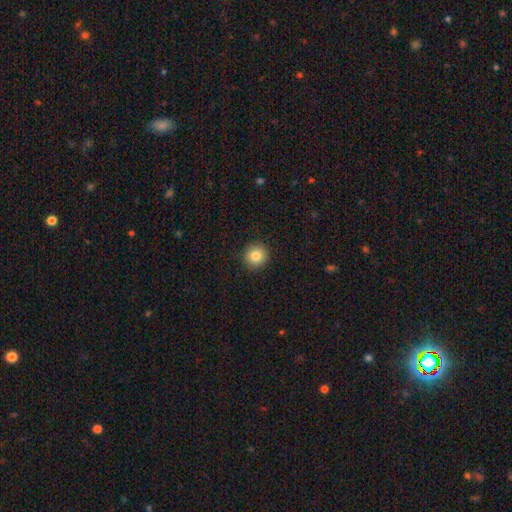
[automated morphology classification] smooth 84%, star or artifact 10%, featured or disk 6%. Down the decision tree: how rounded — round (94%); merging — none (92%).